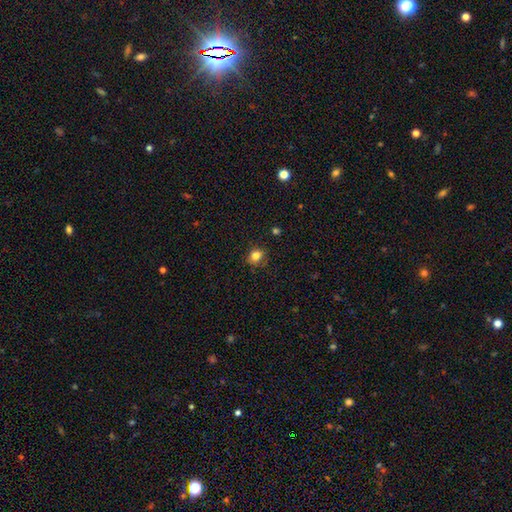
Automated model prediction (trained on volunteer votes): Smooth or featured?
  - smooth: 81% *
  - star or artifact: 13%
  - featured or disk: 6%
How rounded?
  - round: 71% *
  - in between: 28%
  - cigar-shaped: 1%
Merging?
  - none: 82% *
  - minor disturbance: 14%
  - major disturbance: 3%
  - merger: 2%